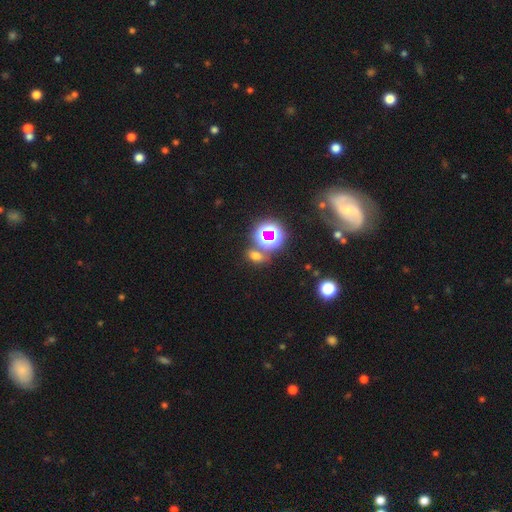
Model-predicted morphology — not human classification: The model was most divided on "smooth or featured": smooth: 54%, star or artifact: 37%, featured or disk: 9%. More confident: merging — none (70%); how rounded — in between (64%).